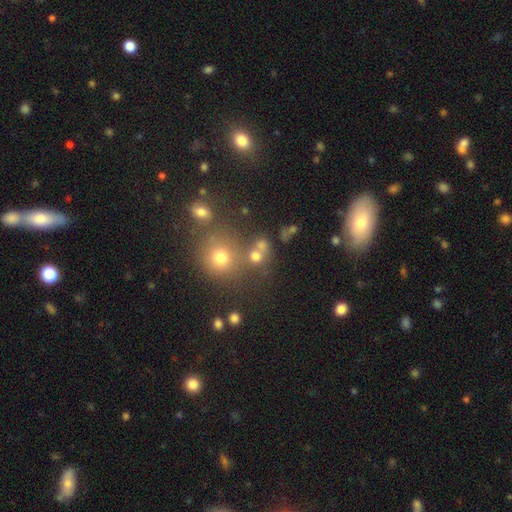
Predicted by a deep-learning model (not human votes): smooth-or-featured: smooth: 67% | star or artifact: 22% | featured or disk: 11%
  how-rounded: round: 82% | in between: 17% | cigar-shaped: 1%
  merging: none: 57% | merger: 27% | minor disturbance: 10% | major disturbance: 6%